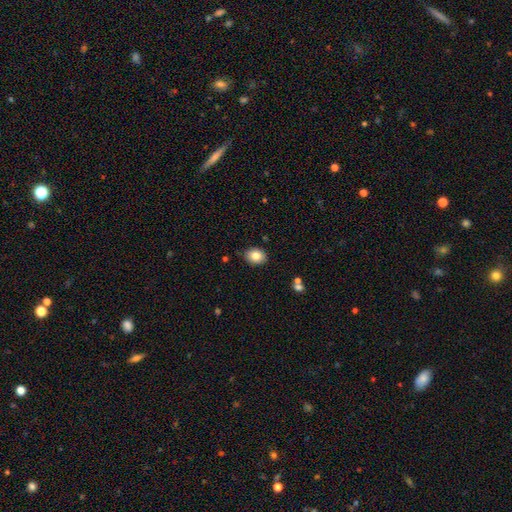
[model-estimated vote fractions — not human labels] Smooth or featured? smooth (83%)
How rounded? in between (59%)
Merging? none (86%)